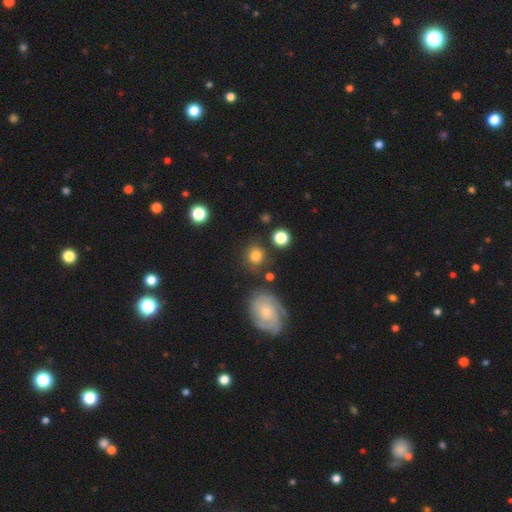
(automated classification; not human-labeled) The model was most divided on "how rounded": round: 80%, in between: 19%, cigar-shaped: 1%. More confident: smooth or featured — smooth (76%); merging — none (76%).